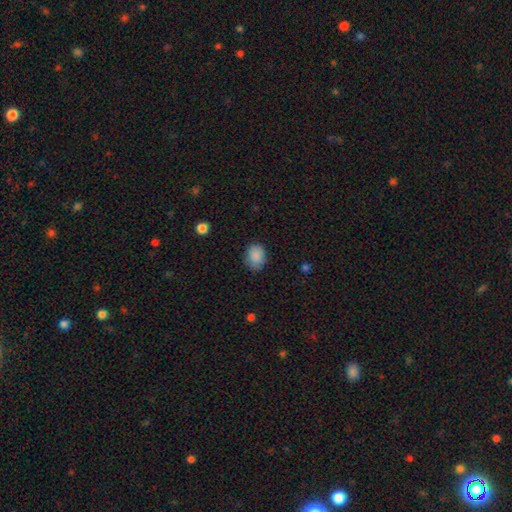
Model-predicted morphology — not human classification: smooth 88%, star or artifact 8%, featured or disk 4%. Down the decision tree: how rounded — in between (58%); merging — none (80%).